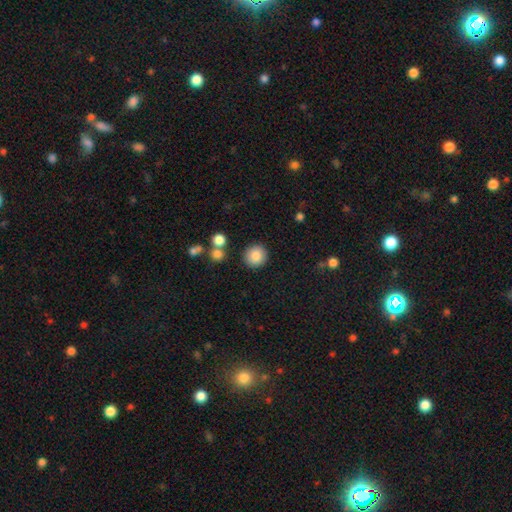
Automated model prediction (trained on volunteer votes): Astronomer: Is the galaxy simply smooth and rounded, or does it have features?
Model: smooth — 85%.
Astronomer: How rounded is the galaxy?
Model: round — 93%.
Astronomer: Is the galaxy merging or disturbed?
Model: none — 88%.